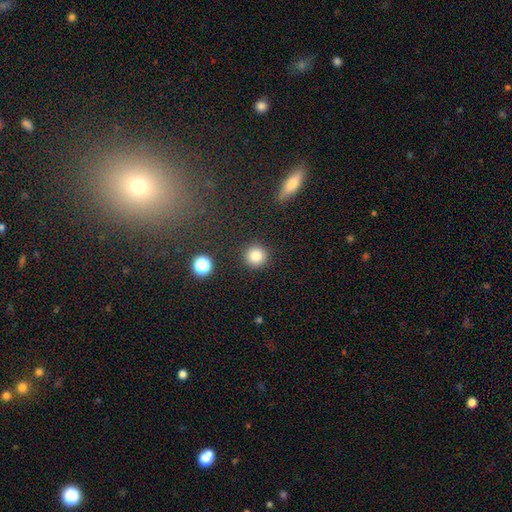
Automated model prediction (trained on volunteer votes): Morphology: type=smooth (83%); roundness=round (94%); merging=none (89%).